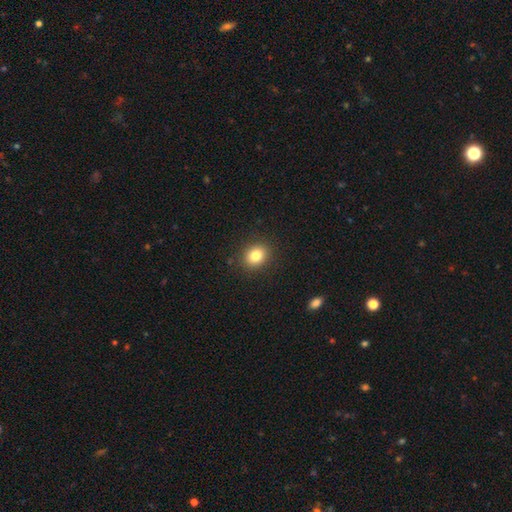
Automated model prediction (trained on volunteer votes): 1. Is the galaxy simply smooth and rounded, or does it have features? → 81% smooth, 11% star or artifact, 8% featured or disk.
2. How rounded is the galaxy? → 59% round, 40% in between, 1% cigar-shaped.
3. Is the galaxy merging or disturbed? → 89% none, 8% minor disturbance, 3% major disturbance, 1% merger.